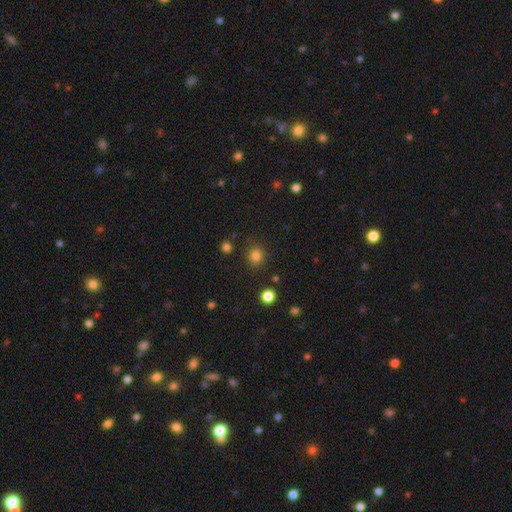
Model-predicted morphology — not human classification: Smooth or featured? smooth (82%)
How rounded? round (85%)
Merging? none (86%)